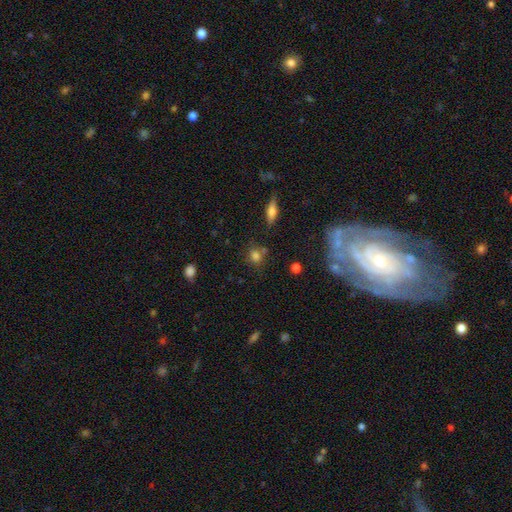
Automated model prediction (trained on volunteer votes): The model was most divided on "how rounded": round: 74%, in between: 23%, cigar-shaped: 2%. More confident: smooth or featured — smooth (77%); merging — none (67%).